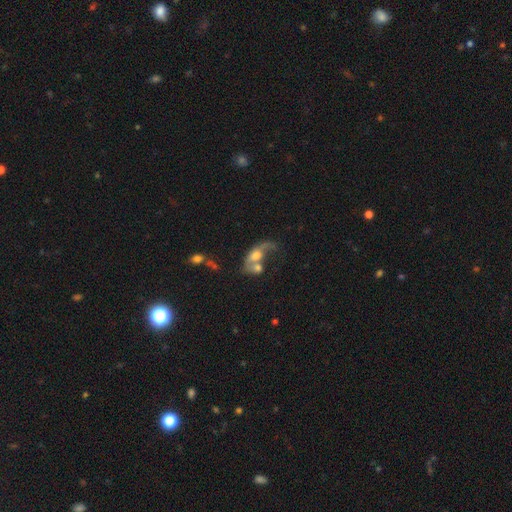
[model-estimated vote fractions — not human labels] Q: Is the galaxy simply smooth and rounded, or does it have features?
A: featured or disk — 48%.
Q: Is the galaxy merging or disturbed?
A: merger — 57%.